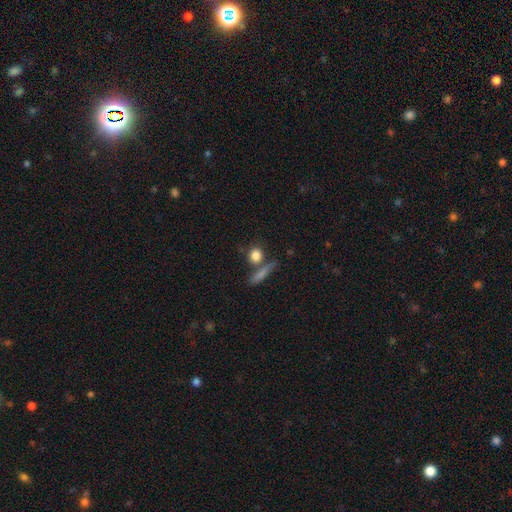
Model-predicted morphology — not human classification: Smooth or featured: smooth — 82% (star or artifact — 9%)
How rounded: round — 71% (in between — 19%)
Merging: none — 65% (merger — 20%)